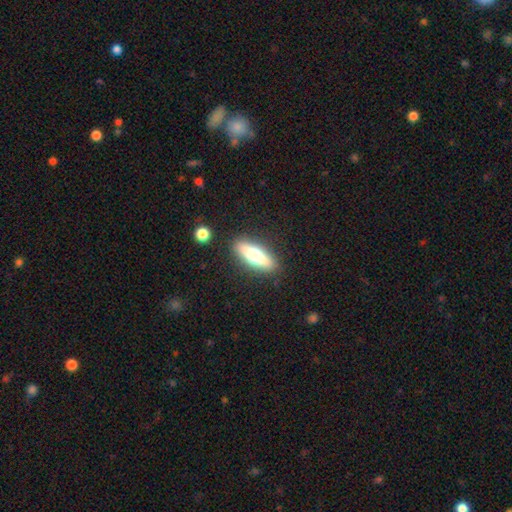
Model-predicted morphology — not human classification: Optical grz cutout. It shows a smooth galaxy with no disk features (52%) that is cigar-shaped (53%). Merging: none (87%).